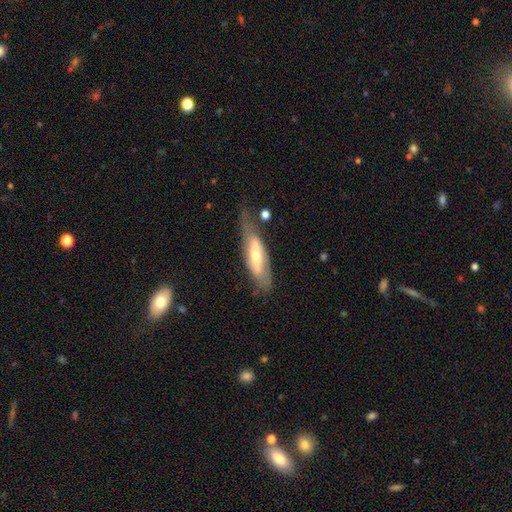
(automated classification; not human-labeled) Morphology: type=featured or disk (50%); merging=none (46%).